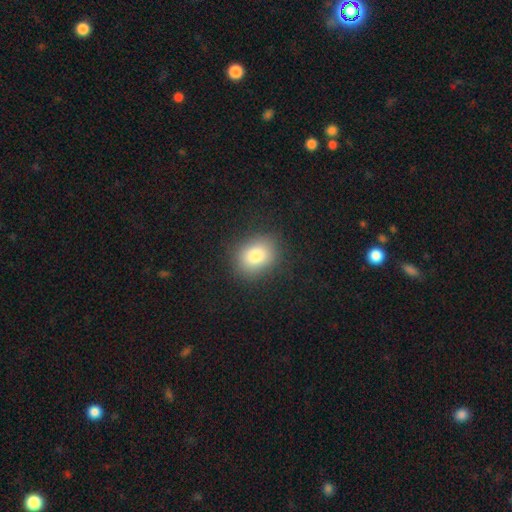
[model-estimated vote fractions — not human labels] This is clearly a smooth galaxy (82%). How rounded: possibly in between (51%). Merging: clearly none (86%).